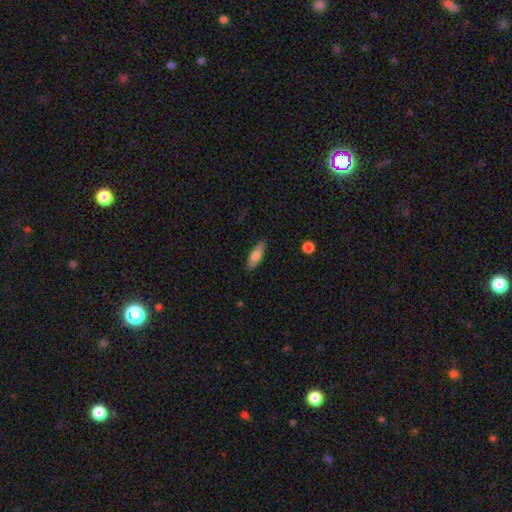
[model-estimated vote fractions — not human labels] This appears to be a smooth galaxy with no disk features (75%) that is in between round and cigar-shaped (65%). Merging: none (84%).